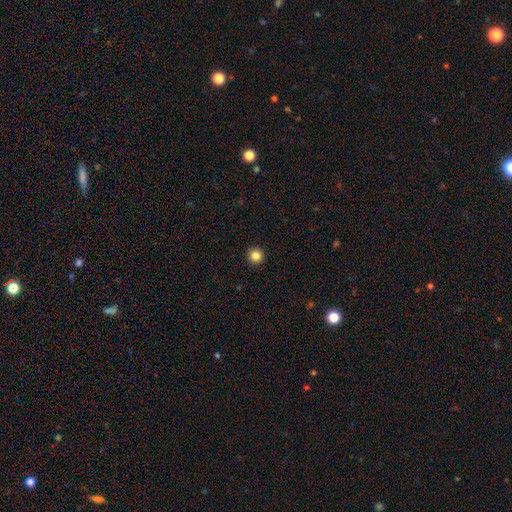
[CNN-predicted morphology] smooth 84%, star or artifact 12%, featured or disk 4%. Down the decision tree: how rounded — round (96%); merging — none (94%).